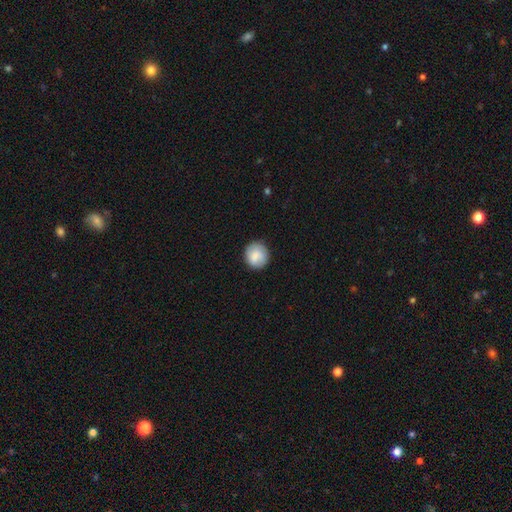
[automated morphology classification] Smooth or featured?
  - smooth: 79% *
  - featured or disk: 15%
  - star or artifact: 7%
How rounded?
  - round: 86% *
  - in between: 13%
  - cigar-shaped: 1%
Merging?
  - none: 82% *
  - minor disturbance: 14%
  - major disturbance: 4%
  - merger: 1%